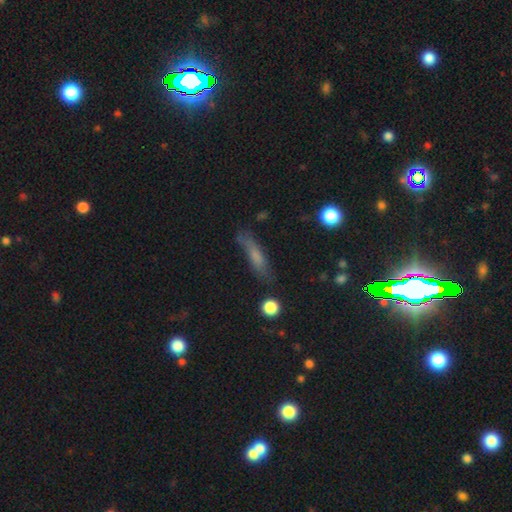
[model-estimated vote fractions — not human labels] Q: Smooth or featured?
A: smooth (60%); runner-up: featured or disk (29%)
Q: How rounded?
A: cigar-shaped (76%); runner-up: in between (21%)
Q: Merging?
A: none (64%); runner-up: minor disturbance (24%)